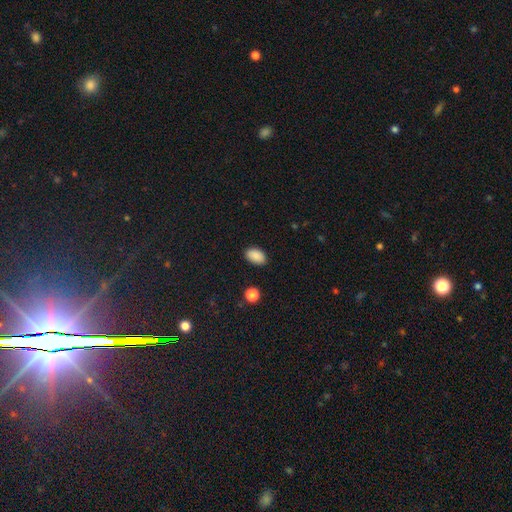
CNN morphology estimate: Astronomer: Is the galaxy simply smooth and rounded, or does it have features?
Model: smooth — 88%.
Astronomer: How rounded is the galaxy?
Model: in between — 91%.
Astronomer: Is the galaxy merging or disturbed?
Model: none — 87%.